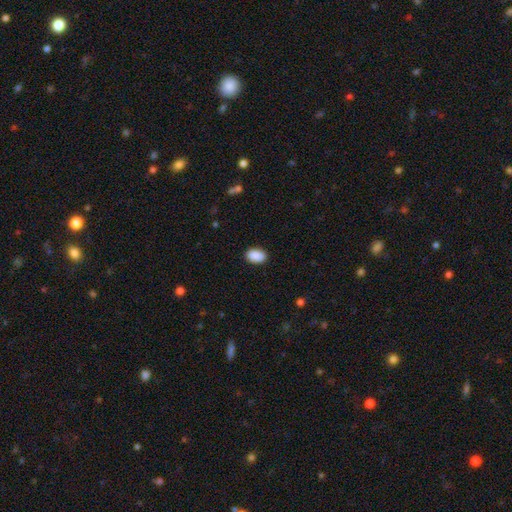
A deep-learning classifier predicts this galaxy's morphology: A smooth galaxy with no disk features (90%) that is in between round and cigar-shaped (88%). Merging: none (89%).